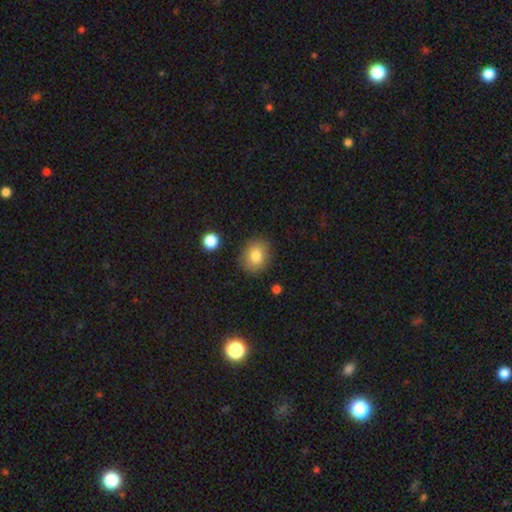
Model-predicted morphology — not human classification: The model was most divided on "how rounded": round: 57%, in between: 42%, cigar-shaped: 1%. More confident: merging — none (84%); smooth or featured — smooth (81%).